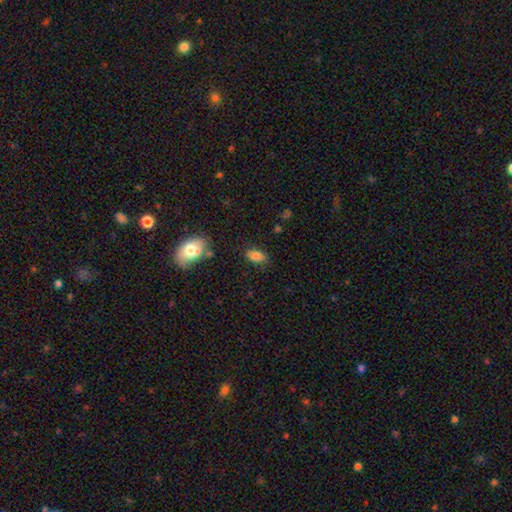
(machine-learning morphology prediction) Q: Smooth or featured?
A: smooth (81%); runner-up: star or artifact (10%)
Q: How rounded?
A: in between (90%); runner-up: round (8%)
Q: Merging?
A: none (79%); runner-up: minor disturbance (15%)